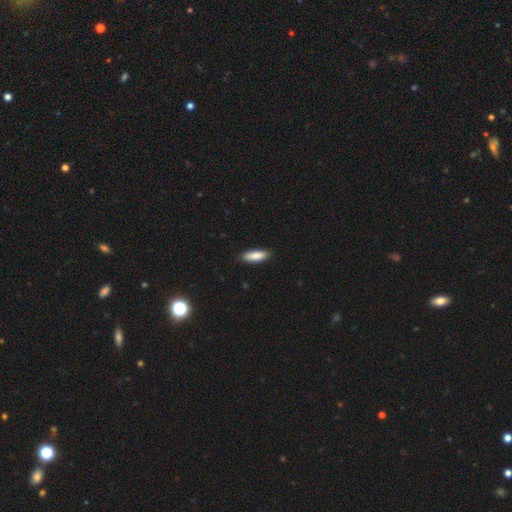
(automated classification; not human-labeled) Overall: smooth (86%). How rounded: in between (53%; cigar-shaped 45%). Merging: none (88%).